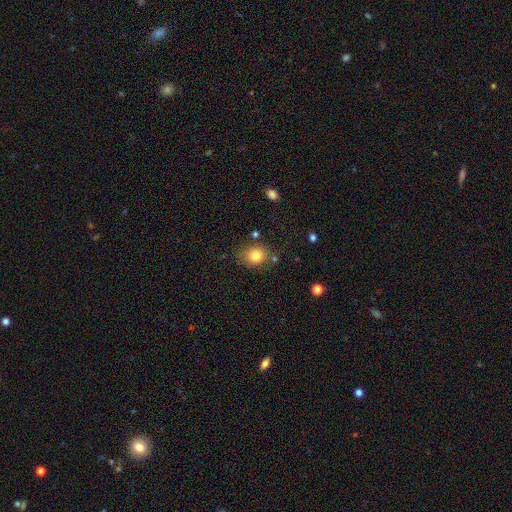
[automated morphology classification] smooth-or-featured: smooth: 81% | star or artifact: 11% | featured or disk: 8%
  how-rounded: round: 69% | in between: 31% | cigar-shaped: 1%
  merging: none: 76% | minor disturbance: 14% | merger: 6% | major disturbance: 4%